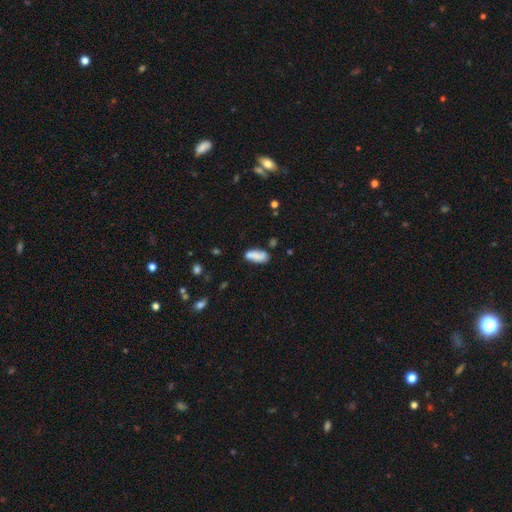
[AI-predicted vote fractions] This appears to be a smooth galaxy with no disk features (80%) that is in between round and cigar-shaped (74%). Merging: none (60%).